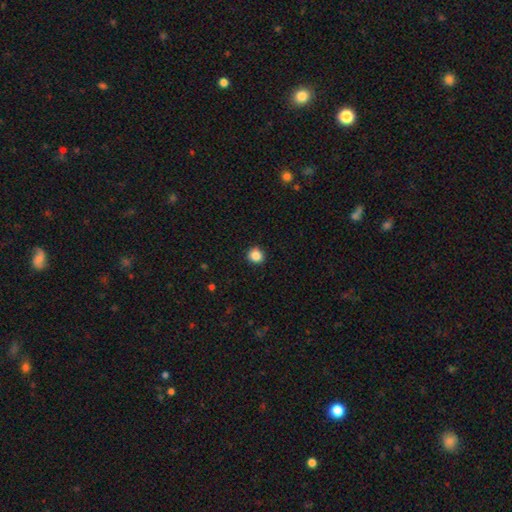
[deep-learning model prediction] Smooth or featured: smooth — 86% (star or artifact — 10%)
How rounded: round — 89% (in between — 10%)
Merging: none — 92% (minor disturbance — 5%)